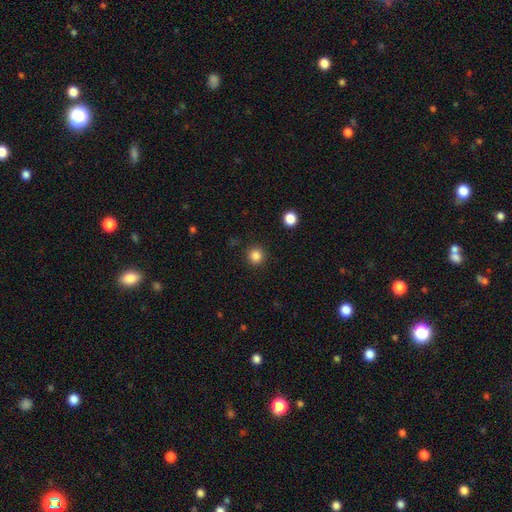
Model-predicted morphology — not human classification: A smooth galaxy with no disk features (85%) that is round (94%).

Vote fractions:
- Smooth or featured? smooth: 85% / star or artifact: 12% / featured or disk: 3%
- How rounded? round: 94% / in between: 5% / cigar-shaped: 1%
- Merging? none: 91% / minor disturbance: 5% / major disturbance: 2% / merger: 1%